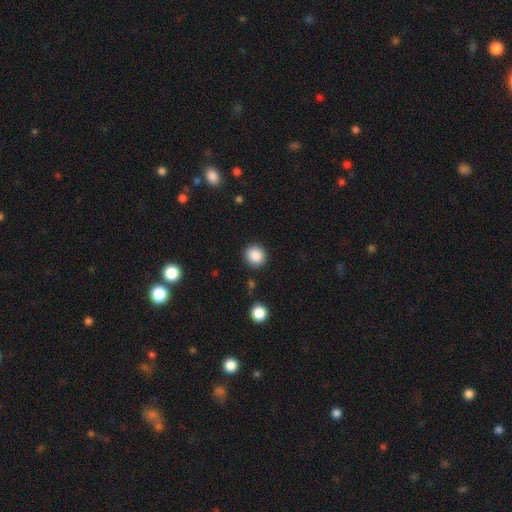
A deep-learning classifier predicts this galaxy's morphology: A smooth galaxy with no disk features (88%) that is round (89%). Merging: none (89%).